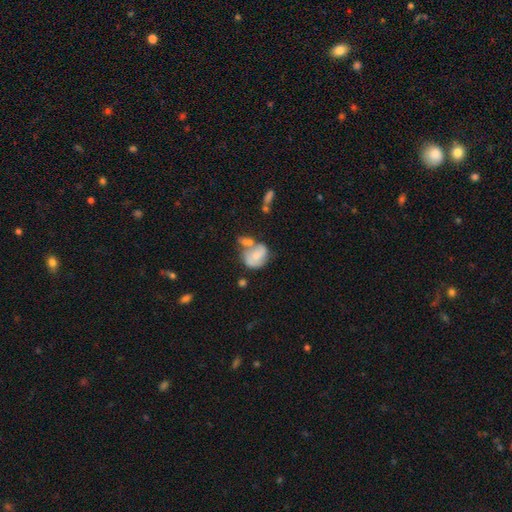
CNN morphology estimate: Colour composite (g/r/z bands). It shows a smooth galaxy with no disk features (55%) that is in between round and cigar-shaped (52%). Merging: merger (34%).